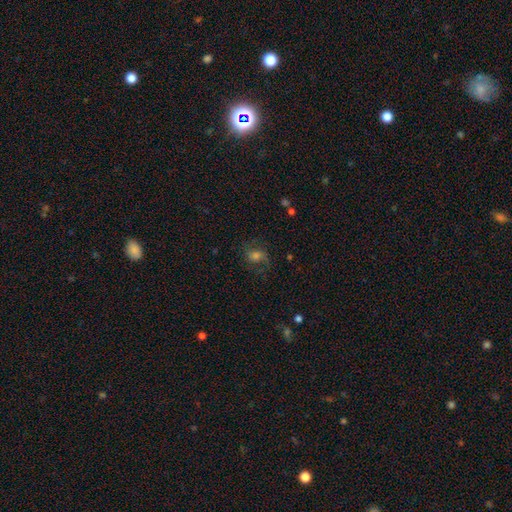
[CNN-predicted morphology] featured or disk 52%, smooth 28%, star or artifact 20%. Down the decision tree: edge-on disk — no (96%); bar — no (52%); spiral arms — yes (89%); bulge size — moderate (48%); merging — none (69%).